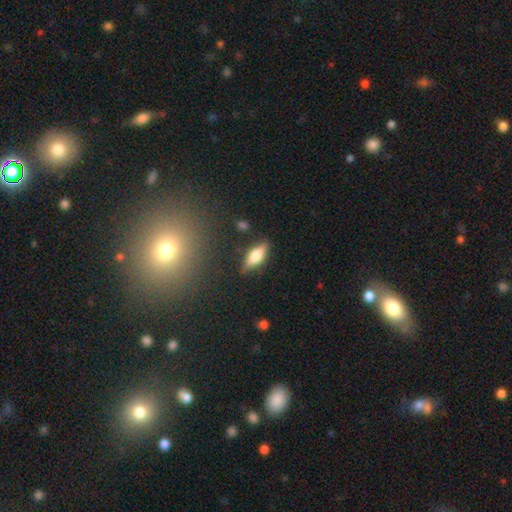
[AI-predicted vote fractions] The model was most divided on "smooth or featured": smooth: 63%, featured or disk: 30%, star or artifact: 7%. More confident: merging — none (81%); how rounded — in between (67%).